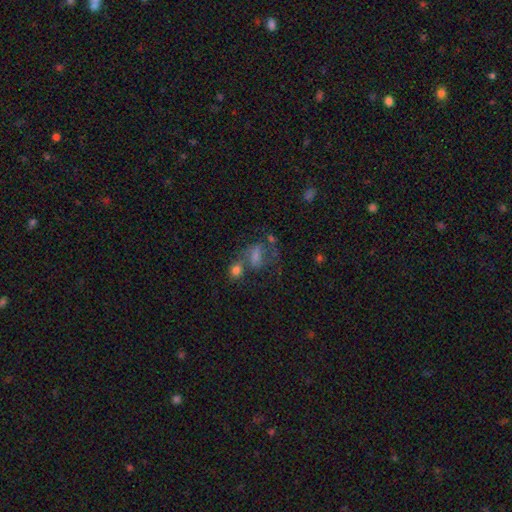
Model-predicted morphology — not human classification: type=smooth (44%); merging=merger (34%).